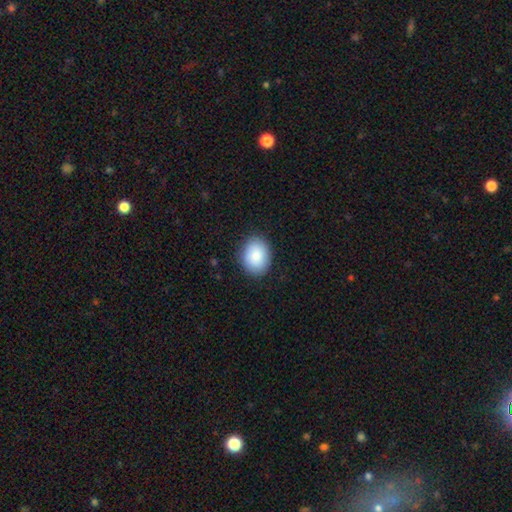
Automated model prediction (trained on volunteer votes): Morphology: type=smooth (86%); roundness=in between (62%); merging=none (87%).